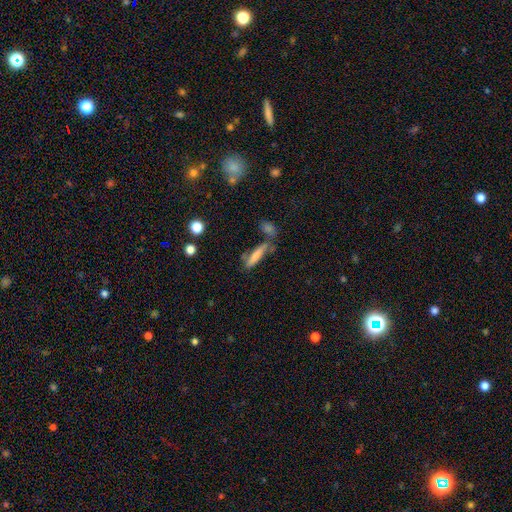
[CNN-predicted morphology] The model was most divided on "merging": none: 55%, merger: 21%, minor disturbance: 17%, major disturbance: 7%. More confident: how rounded — cigar-shaped (78%); smooth or featured — smooth (72%).